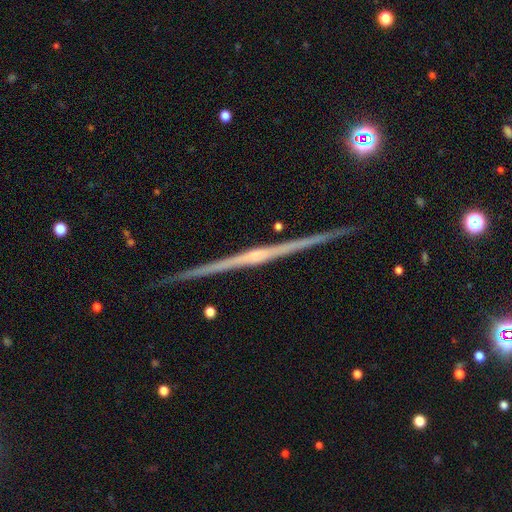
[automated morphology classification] smooth_or_featured: featured or disk (p=0.85) [alt: smooth p=0.09]
disk_edge_on: yes (p=0.99) [alt: no p=0.01]
edge_on_bulge: rounded (p=0.52) [alt: none p=0.34]
merging: none (p=0.91) [alt: minor disturbance p=0.07]